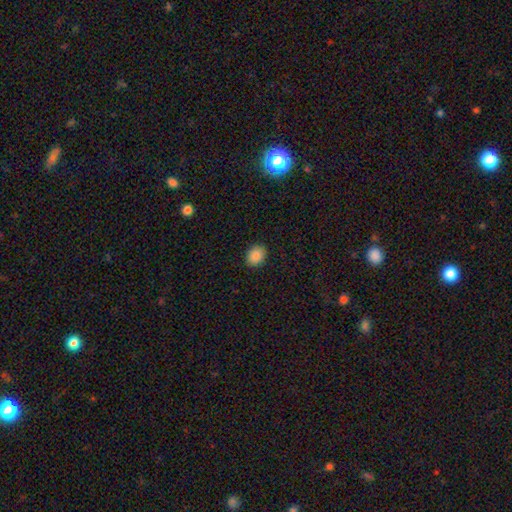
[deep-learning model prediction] Smooth or featured? smooth (89%)
How rounded? in between (54%)
Merging? none (89%)